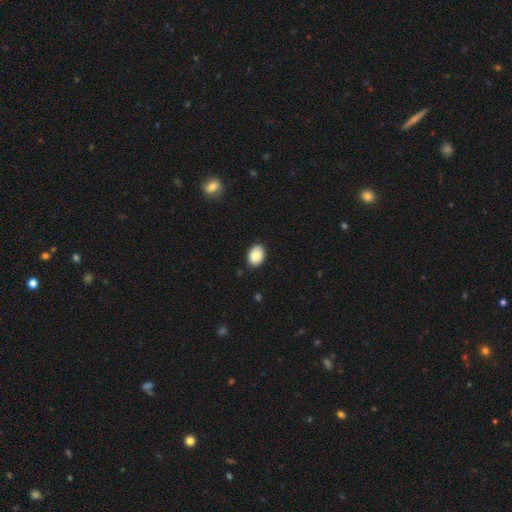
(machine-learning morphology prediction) Q: Smooth or featured?
A: smooth (85%); runner-up: featured or disk (8%)
Q: How rounded?
A: in between (76%); runner-up: round (23%)
Q: Merging?
A: none (86%); runner-up: minor disturbance (11%)